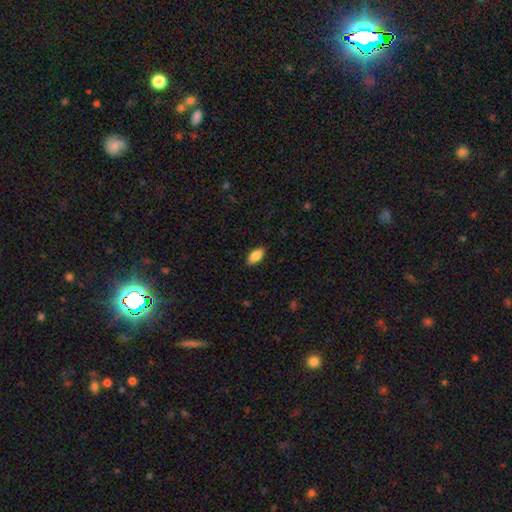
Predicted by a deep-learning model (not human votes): Smooth or featured? Predicted: smooth (p=0.87). How rounded? Predicted: in between (p=0.91). Merging? Predicted: none (p=0.87).